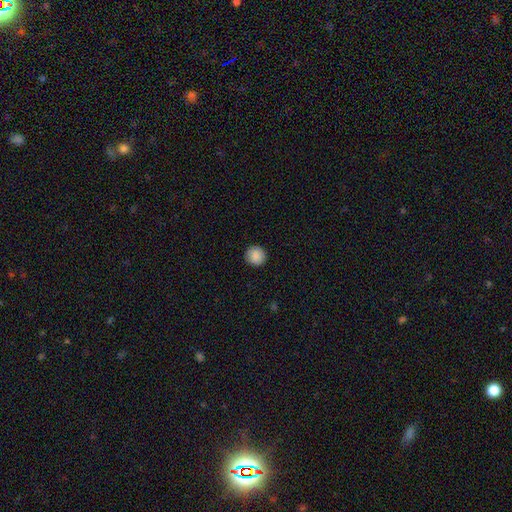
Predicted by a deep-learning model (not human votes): smooth 89%, star or artifact 8%, featured or disk 3%. Down the decision tree: how rounded — round (94%); merging — none (91%).